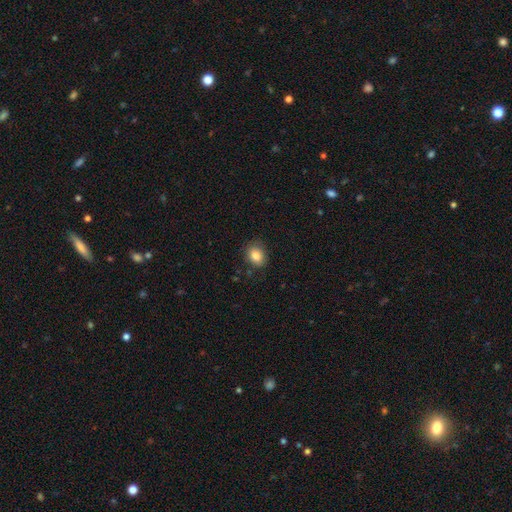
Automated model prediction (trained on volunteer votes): Morphology: type=smooth (84%); roundness=in between (54%); merging=none (81%).